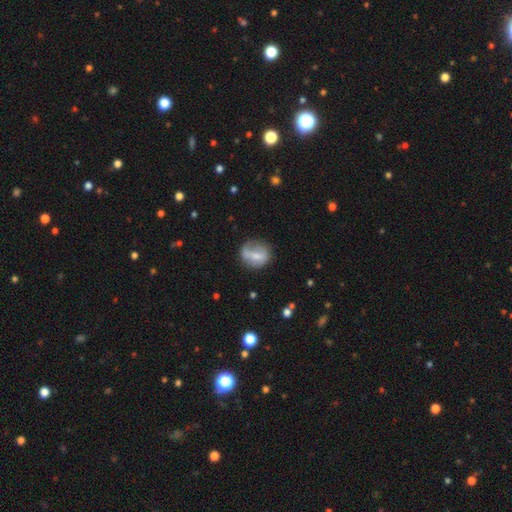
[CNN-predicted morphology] Overall: smooth (56%; featured or disk 36%). How rounded: round (68%; in between 30%). Merging: none (57%; minor disturbance 25%).